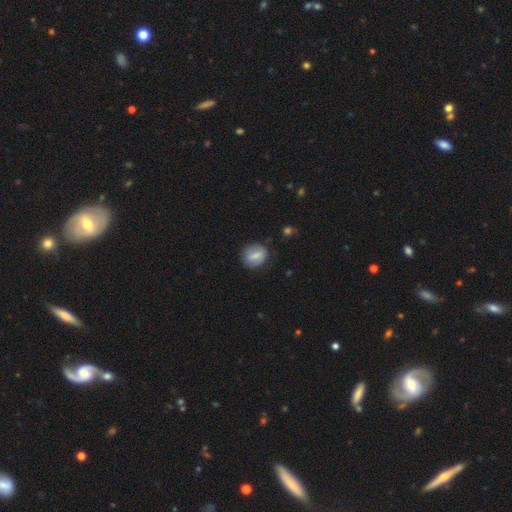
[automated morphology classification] A smooth galaxy with no disk features (67%) that is round (63%).

Vote fractions:
- Smooth or featured? smooth: 67% / featured or disk: 25% / star or artifact: 8%
- How rounded? round: 63% / in between: 35% / cigar-shaped: 2%
- Merging? none: 77% / minor disturbance: 16% / major disturbance: 5% / merger: 2%